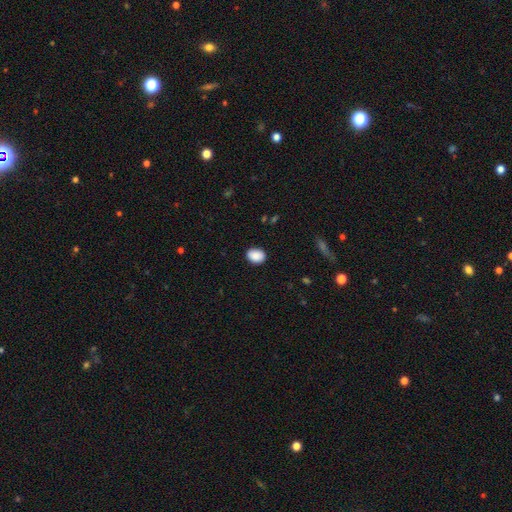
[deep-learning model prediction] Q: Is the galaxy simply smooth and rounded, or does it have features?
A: smooth — 90%.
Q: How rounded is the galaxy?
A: in between — 63%.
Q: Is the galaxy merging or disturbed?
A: none — 88%.